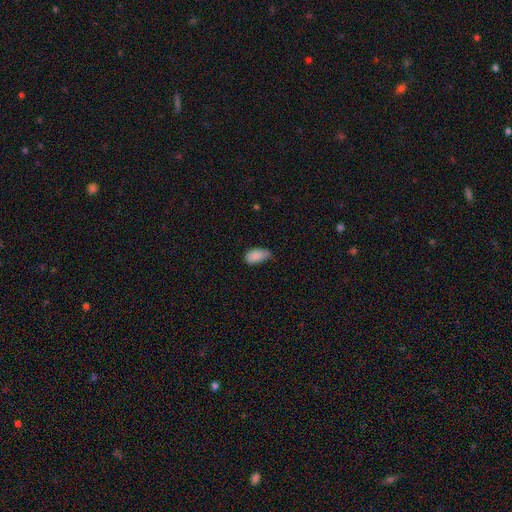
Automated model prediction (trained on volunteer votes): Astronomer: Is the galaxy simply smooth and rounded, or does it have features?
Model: smooth — 87%.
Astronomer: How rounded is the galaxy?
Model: in between — 93%.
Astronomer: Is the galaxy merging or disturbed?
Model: none — 55% (runner-up: minor disturbance, 37%).